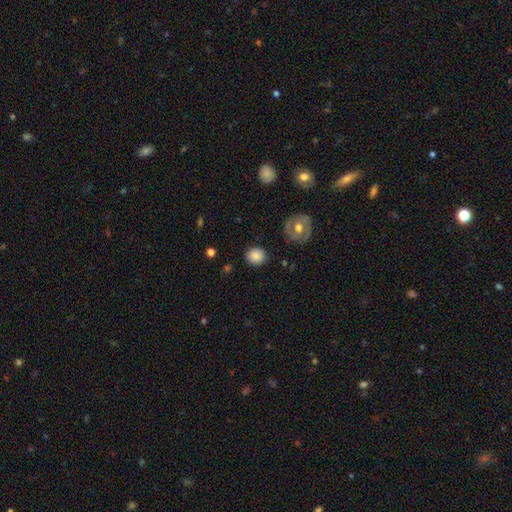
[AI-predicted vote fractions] Smooth or featured? Predicted: smooth (p=0.83). How rounded? Predicted: round (p=0.77). Merging? Predicted: none (p=0.86).